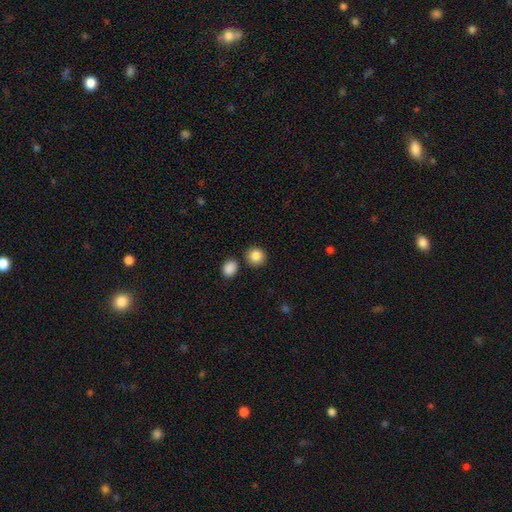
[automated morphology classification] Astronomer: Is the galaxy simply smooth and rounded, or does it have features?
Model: smooth — 87%.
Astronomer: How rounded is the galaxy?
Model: round — 86%.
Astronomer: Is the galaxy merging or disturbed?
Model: none — 82%.